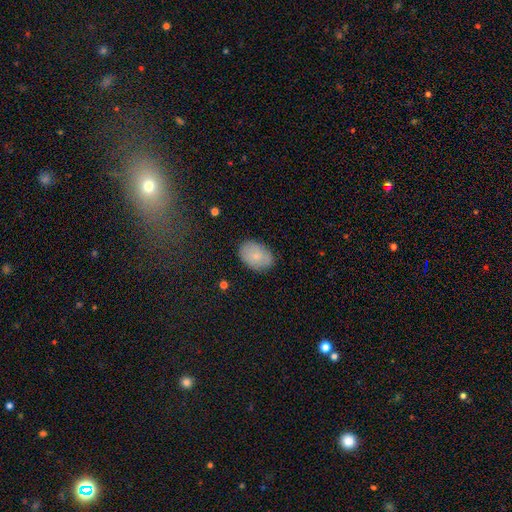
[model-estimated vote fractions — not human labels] A smooth galaxy with no disk features (80%) that is in between round and cigar-shaped (84%).

Vote fractions:
- Smooth or featured? smooth: 80% / featured or disk: 13% / star or artifact: 7%
- How rounded? in between: 84% / round: 15% / cigar-shaped: 1%
- Merging? none: 84% / minor disturbance: 12% / major disturbance: 3% / merger: 1%